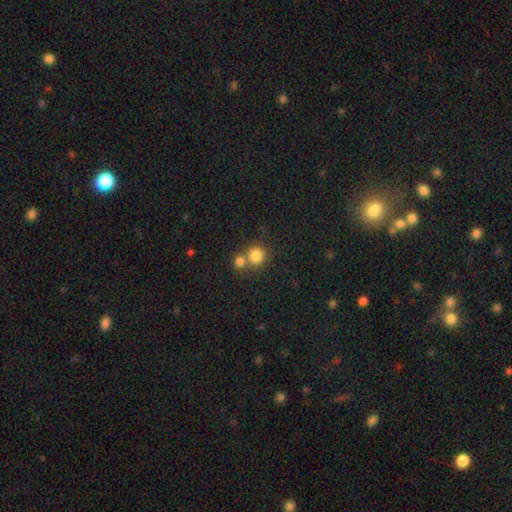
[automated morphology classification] The model was most divided on "merging": none: 53%, merger: 38%, minor disturbance: 6%, major disturbance: 3%. More confident: how rounded — round (90%); smooth or featured — smooth (83%).